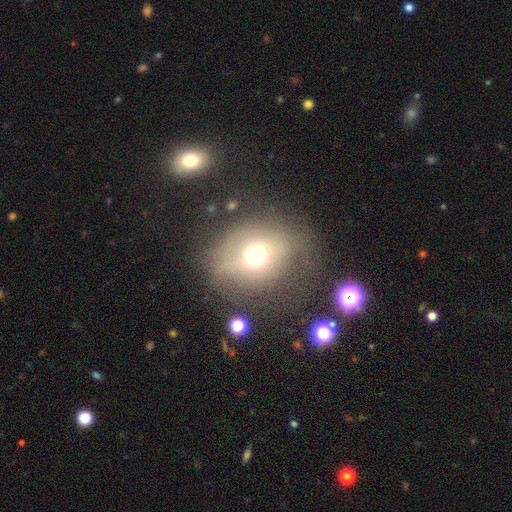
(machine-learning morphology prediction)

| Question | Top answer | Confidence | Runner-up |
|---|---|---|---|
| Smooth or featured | smooth | 62% | featured or disk (21%) |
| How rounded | round | 68% | in between (31%) |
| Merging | none | 56% | minor disturbance (21%) |